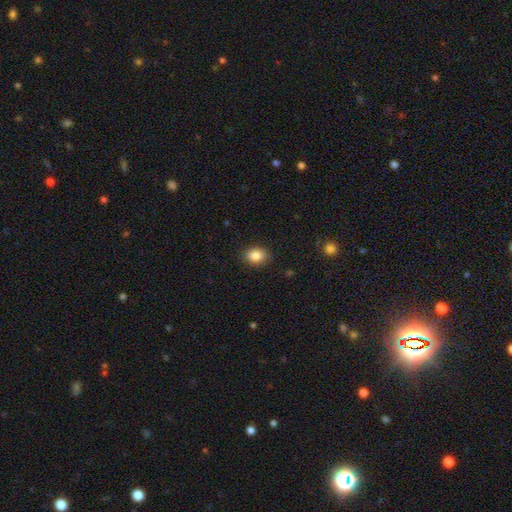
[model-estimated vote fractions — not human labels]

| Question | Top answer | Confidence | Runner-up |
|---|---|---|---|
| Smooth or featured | smooth | 86% | star or artifact (9%) |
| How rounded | in between | 64% | round (35%) |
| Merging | none | 88% | minor disturbance (8%) |